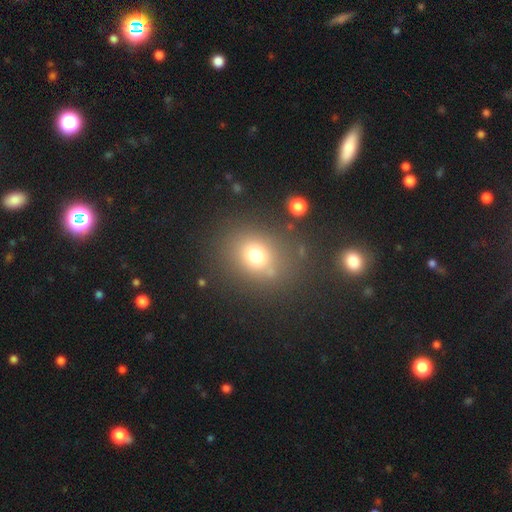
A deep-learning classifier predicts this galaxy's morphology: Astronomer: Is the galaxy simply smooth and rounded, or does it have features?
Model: smooth — 71%.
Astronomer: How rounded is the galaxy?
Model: round — 63%.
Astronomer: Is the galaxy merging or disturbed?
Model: none — 76%.